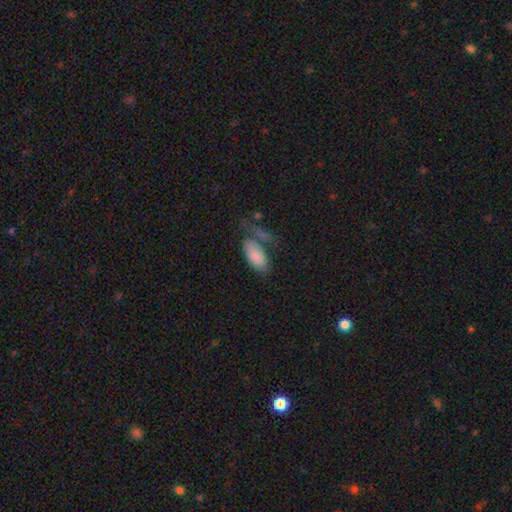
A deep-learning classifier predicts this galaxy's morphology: This is clearly a smooth galaxy (81%). How rounded: clearly in between (92%). Merging: possibly none (46%).